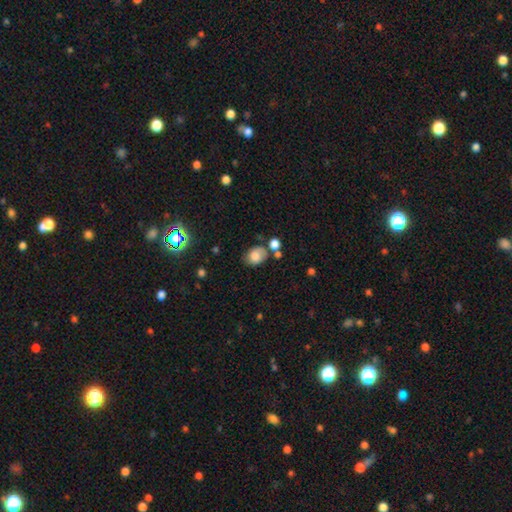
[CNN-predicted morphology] This appears to be a smooth galaxy with no disk features (77%) that is in between round and cigar-shaped (70%). Merging: none (58%).